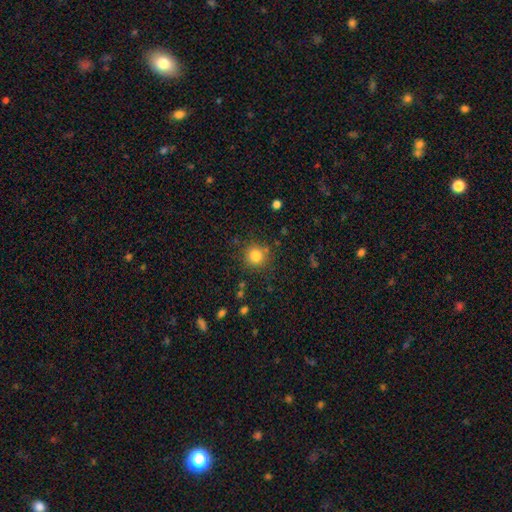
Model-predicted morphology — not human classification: type=smooth (82%); roundness=round (93%); merging=none (84%).